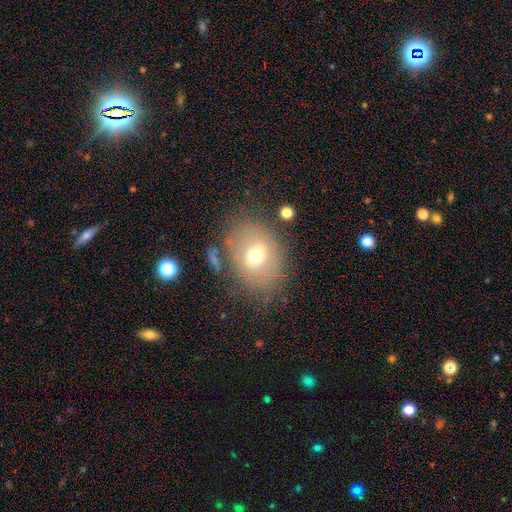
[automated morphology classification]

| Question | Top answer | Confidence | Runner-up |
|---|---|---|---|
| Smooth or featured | smooth | 55% | featured or disk (31%) |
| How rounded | round | 51% | in between (48%) |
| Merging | none | 66% | minor disturbance (18%) |